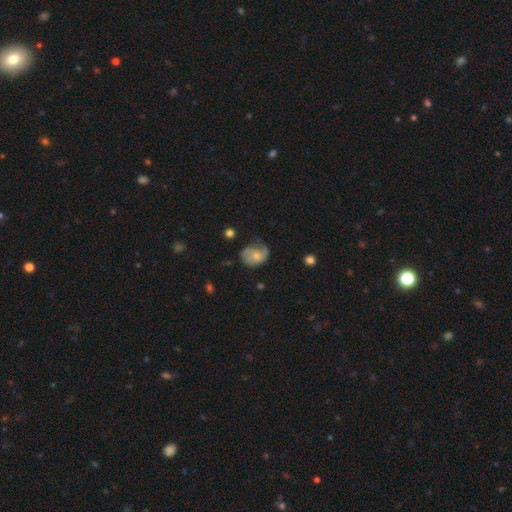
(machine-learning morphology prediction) Smooth or featured? Predicted: featured or disk (p=0.57). Edge-on disk? Predicted: no (p=0.97). Bar? Predicted: no (p=0.77). Spiral arms? Predicted: yes (p=0.83). Bulge size? Predicted: small (p=0.49). Merging? Predicted: none (p=0.50).